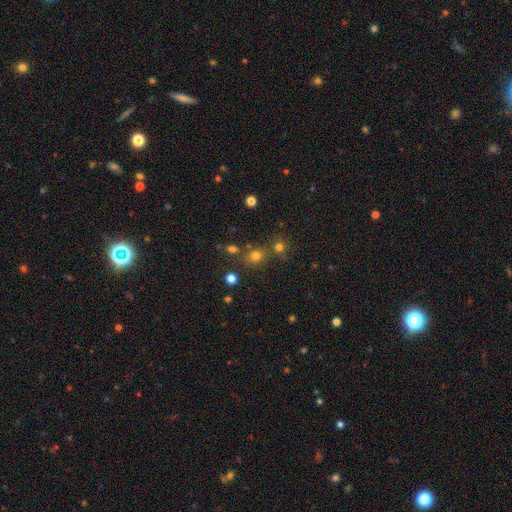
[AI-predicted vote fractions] Smooth or featured: smooth — 65% (star or artifact — 27%)
How rounded: round — 74% (in between — 25%)
Merging: none — 68% (merger — 18%)